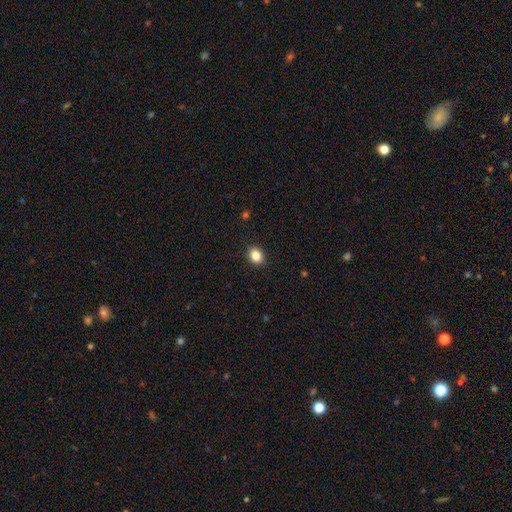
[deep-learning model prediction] Smooth or featured: smooth — 85% (star or artifact — 10%)
How rounded: in between — 57% (round — 42%)
Merging: none — 90% (minor disturbance — 7%)